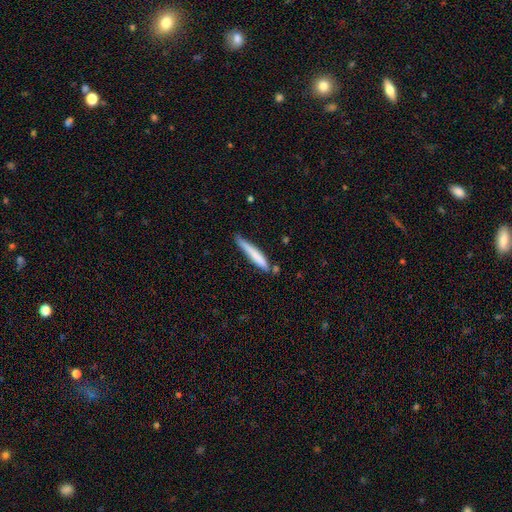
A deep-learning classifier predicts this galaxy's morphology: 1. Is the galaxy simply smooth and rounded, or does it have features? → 73% smooth, 21% featured or disk, 6% star or artifact.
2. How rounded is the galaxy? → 94% cigar-shaped, 4% in between, 1% round.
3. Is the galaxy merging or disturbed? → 70% none, 22% minor disturbance, 5% merger, 4% major disturbance.